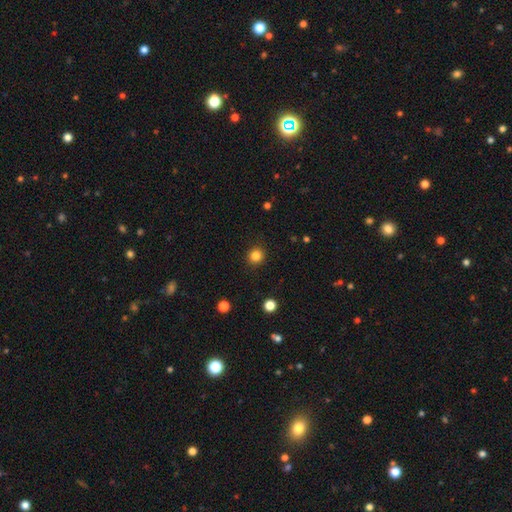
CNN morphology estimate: A smooth galaxy with no disk features (83%) that is round (93%).

Vote fractions:
- Smooth or featured? smooth: 83% / star or artifact: 12% / featured or disk: 4%
- How rounded? round: 93% / in between: 6% / cigar-shaped: 1%
- Merging? none: 92% / minor disturbance: 5% / major disturbance: 2% / merger: 1%